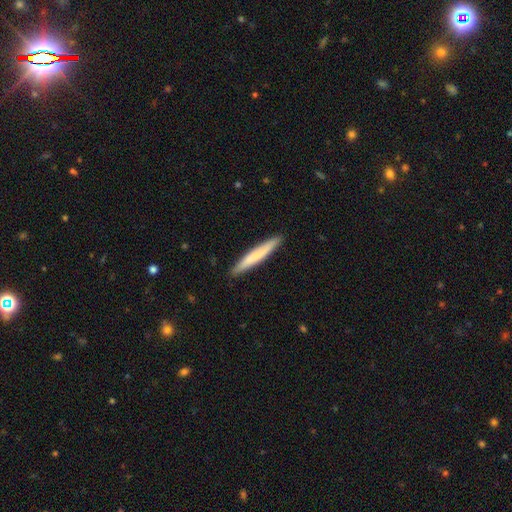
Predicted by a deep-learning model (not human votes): smooth 70%, featured or disk 25%, star or artifact 5%. Down the decision tree: how rounded — cigar-shaped (96%); merging — none (91%).